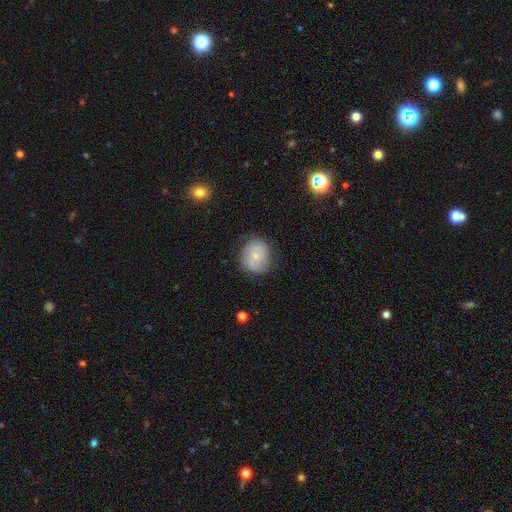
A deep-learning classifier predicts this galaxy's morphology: Q: Smooth or featured?
A: smooth (54%); runner-up: featured or disk (38%)
Q: How rounded?
A: round (70%); runner-up: in between (29%)
Q: Merging?
A: none (73%); runner-up: minor disturbance (20%)